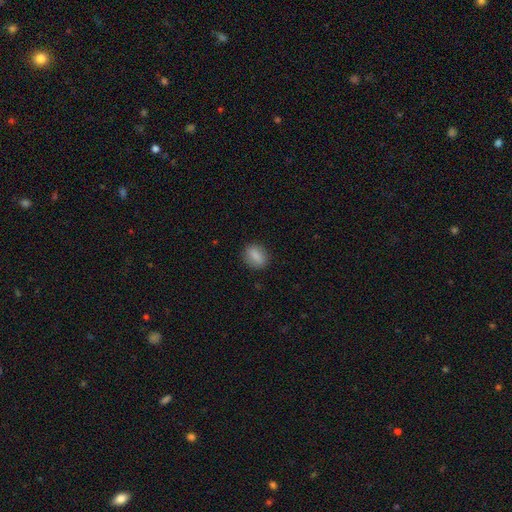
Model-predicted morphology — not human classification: Q: Smooth or featured?
A: smooth (85%); runner-up: star or artifact (8%)
Q: How rounded?
A: in between (61%); runner-up: round (37%)
Q: Merging?
A: none (87%); runner-up: minor disturbance (10%)